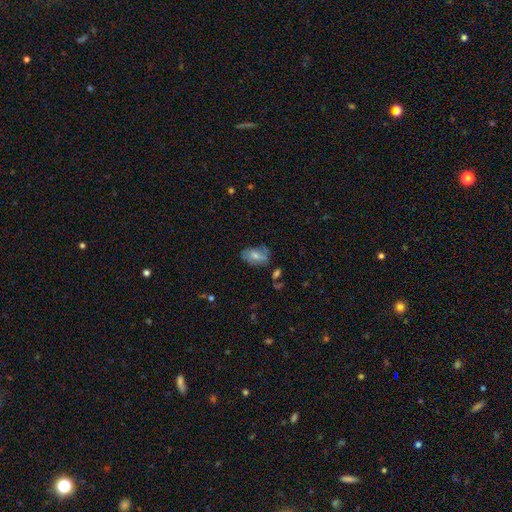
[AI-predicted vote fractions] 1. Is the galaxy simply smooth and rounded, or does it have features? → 59% smooth, 32% featured or disk, 10% star or artifact.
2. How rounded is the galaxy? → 87% in between, 10% round, 3% cigar-shaped.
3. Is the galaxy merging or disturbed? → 57% none, 27% minor disturbance, 10% major disturbance, 6% merger.